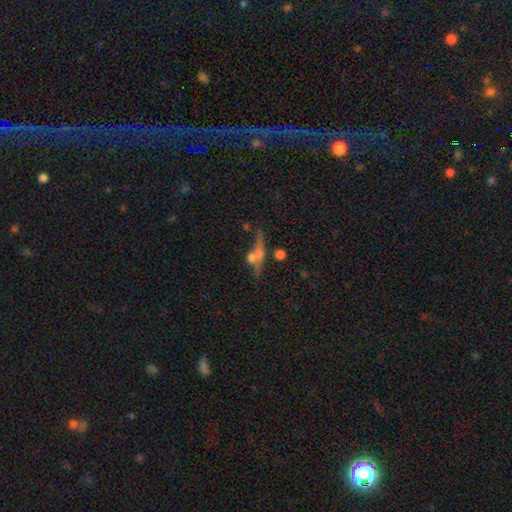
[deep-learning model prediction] A featured or disk galaxy (45%). Merging: none (43%).